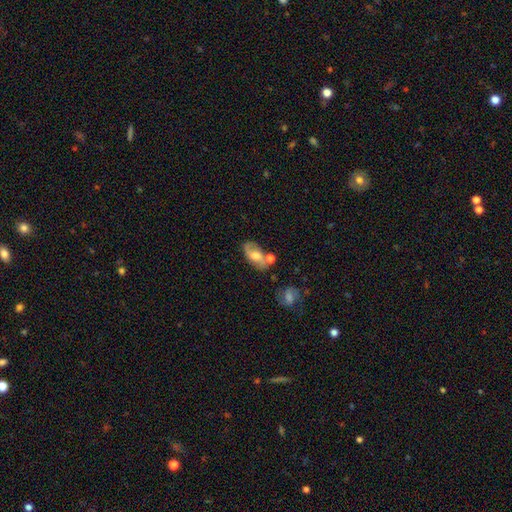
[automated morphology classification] Smooth or featured?
  - featured or disk: 51% *
  - smooth: 41%
  - star or artifact: 8%
Edge-on disk?
  - no: 92% *
  - yes: 8%
Merging?
  - none: 58% *
  - minor disturbance: 20%
  - merger: 16%
  - major disturbance: 7%